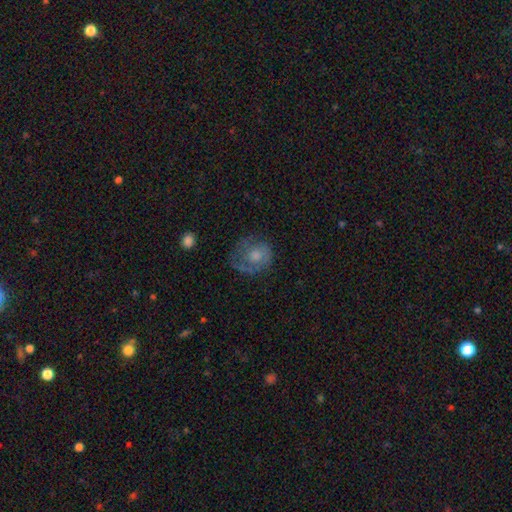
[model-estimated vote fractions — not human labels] Smooth or featured? Predicted: smooth (p=0.47). Merging? Predicted: none (p=0.55).